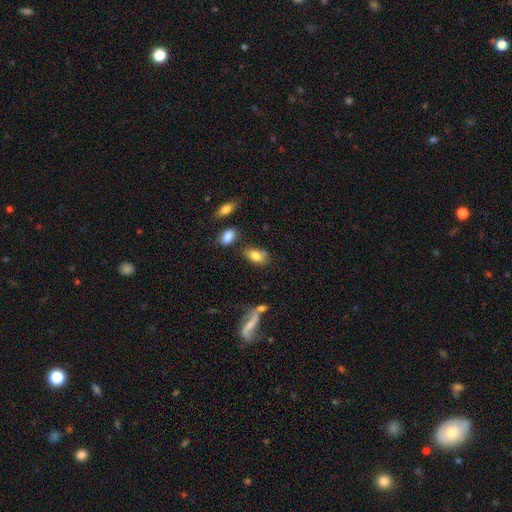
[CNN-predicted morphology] This appears to be a smooth galaxy with no disk features (79%) that is in between round and cigar-shaped (90%). Merging: none (65%).